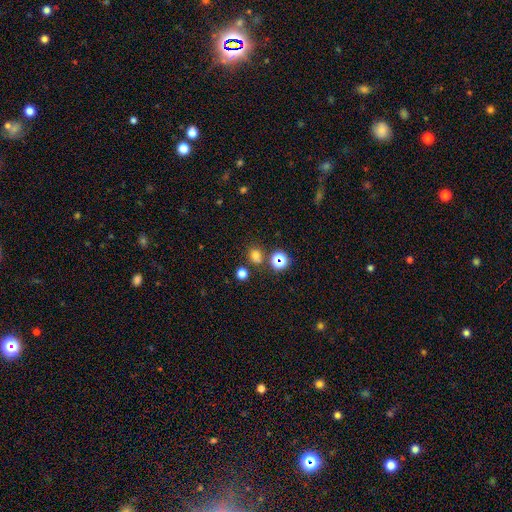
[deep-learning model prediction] Morphology: type=smooth (68%); roundness=round (77%); merging=none (76%).